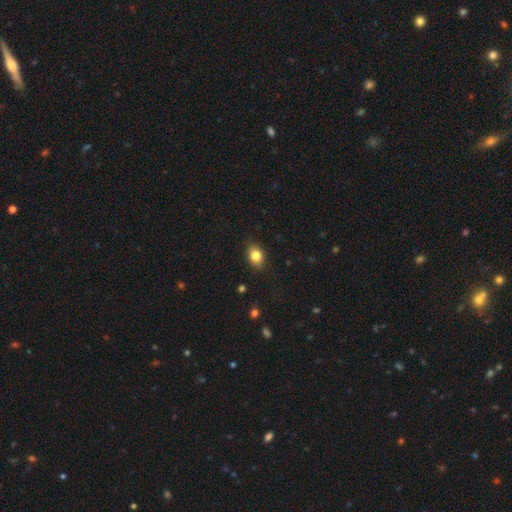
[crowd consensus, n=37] A smooth galaxy with no disk features (81%) that is in between round and cigar-shaped (60%). Merging: none (71%).